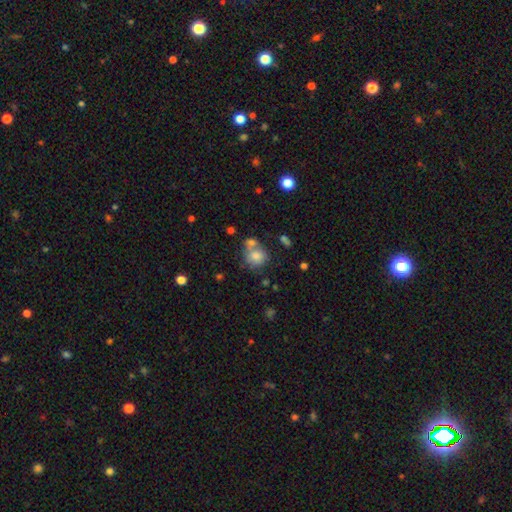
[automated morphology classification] This appears to be a smooth galaxy with no disk features (75%) that is round (77%). Merging: none (46%).